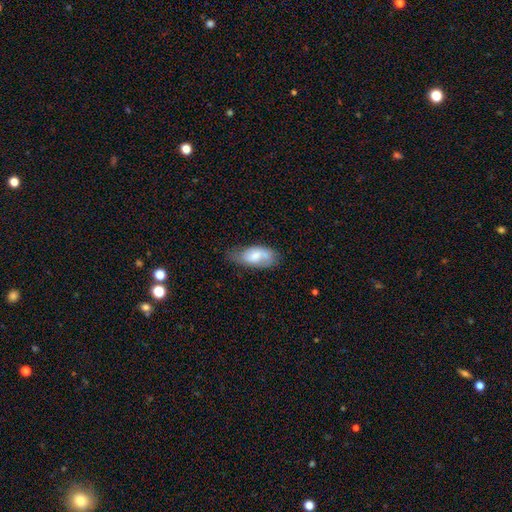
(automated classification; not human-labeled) This is likely a smooth galaxy (62%). How rounded: clearly in between (91%). Merging: possibly none (51%).